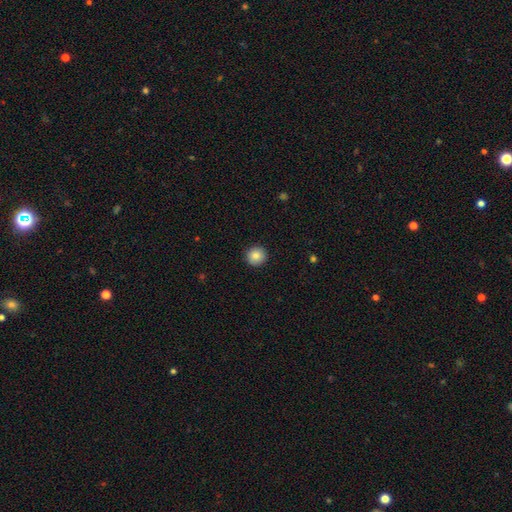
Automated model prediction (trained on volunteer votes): This appears to be a smooth galaxy with no disk features (85%) that is round (94%). Merging: none (92%).